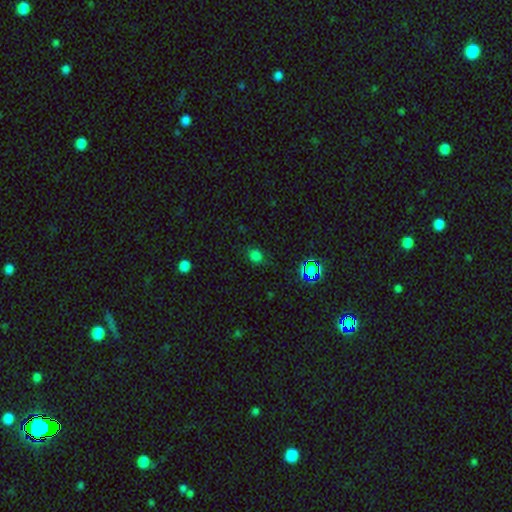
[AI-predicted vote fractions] Smooth or featured? smooth (73%)
How rounded? round (62%)
Merging? none (79%)